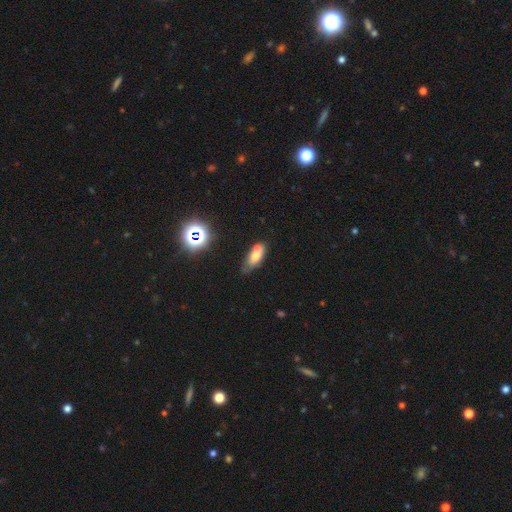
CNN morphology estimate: smooth-or-featured: smooth: 63% | featured or disk: 23% | star or artifact: 14%
  how-rounded: in between: 76% | cigar-shaped: 19% | round: 5%
  merging: none: 46% | minor disturbance: 25% | merger: 21% | major disturbance: 8%